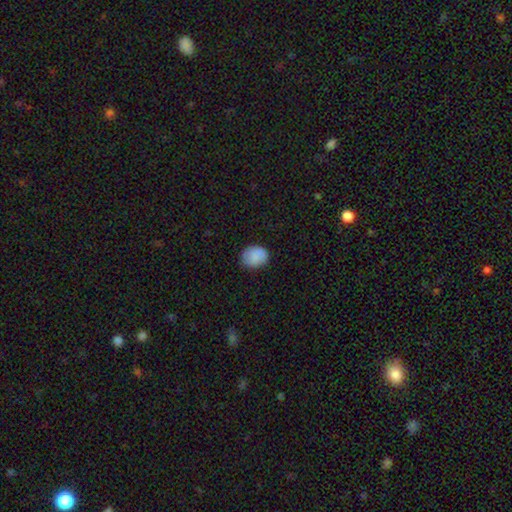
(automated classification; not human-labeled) Overall: smooth (86%). How rounded: round (52%; in between 47%). Merging: none (79%).